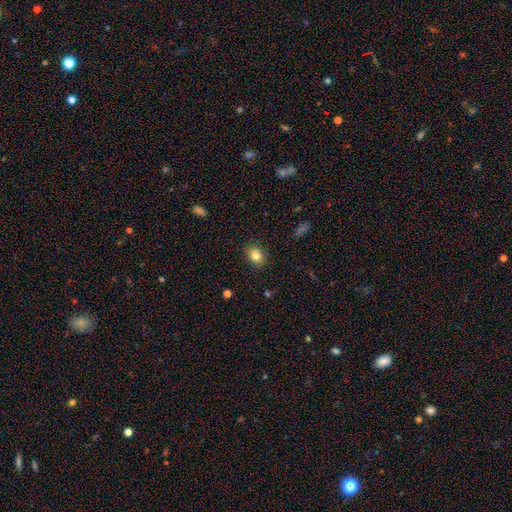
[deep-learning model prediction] Smooth or featured? Predicted: smooth (p=0.82). How rounded? Predicted: round (p=0.50). Merging? Predicted: none (p=0.88).